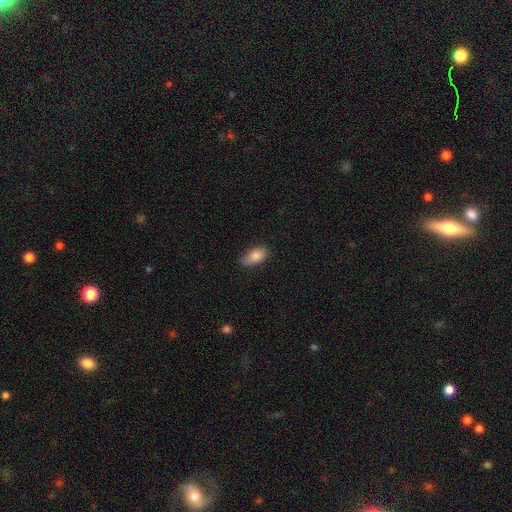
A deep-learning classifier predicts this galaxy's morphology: A smooth galaxy with no disk features (85%) that is in between round and cigar-shaped (91%).

Vote fractions:
- Smooth or featured? smooth: 85% / featured or disk: 8% / star or artifact: 7%
- How rounded? in between: 91% / cigar-shaped: 5% / round: 4%
- Merging? none: 73% / minor disturbance: 23% / major disturbance: 4% / merger: 1%